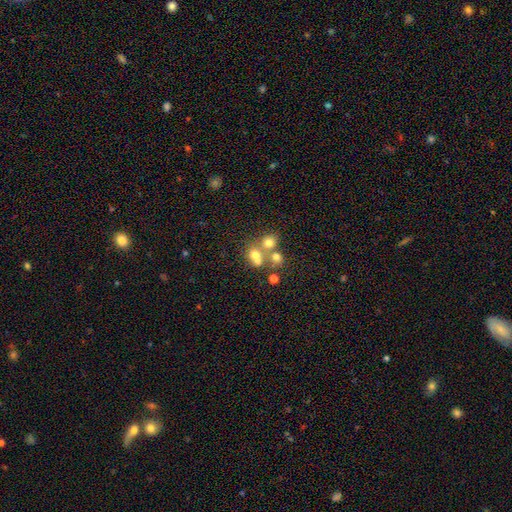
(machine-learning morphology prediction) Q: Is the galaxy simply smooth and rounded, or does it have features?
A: smooth — 61%.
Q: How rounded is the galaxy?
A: round — 68%.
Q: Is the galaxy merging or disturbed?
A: merger — 49%.